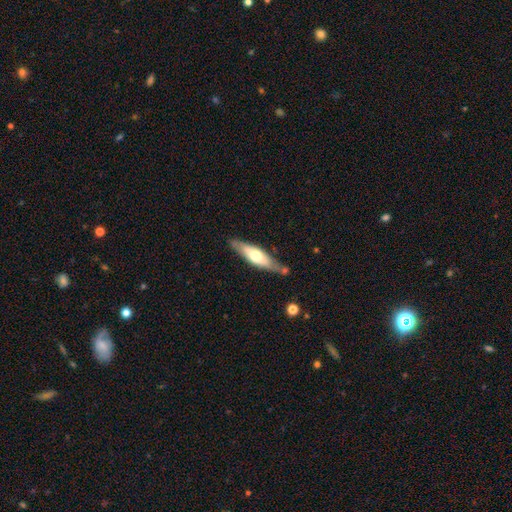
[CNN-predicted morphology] Smooth or featured? Predicted: featured or disk (p=0.49). Merging? Predicted: none (p=0.71).